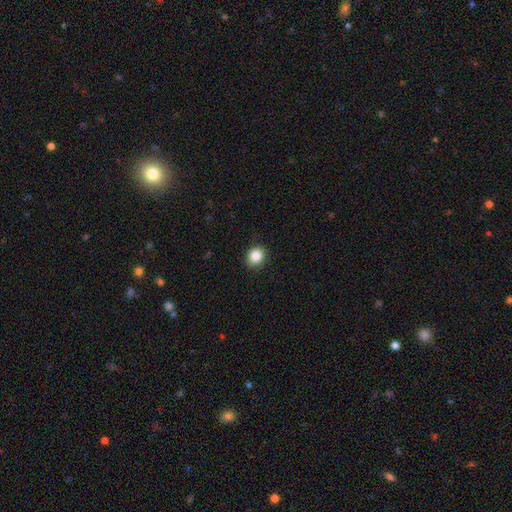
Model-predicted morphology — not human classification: Smooth or featured? Predicted: smooth (p=0.86). How rounded? Predicted: round (p=0.75). Merging? Predicted: none (p=0.88).